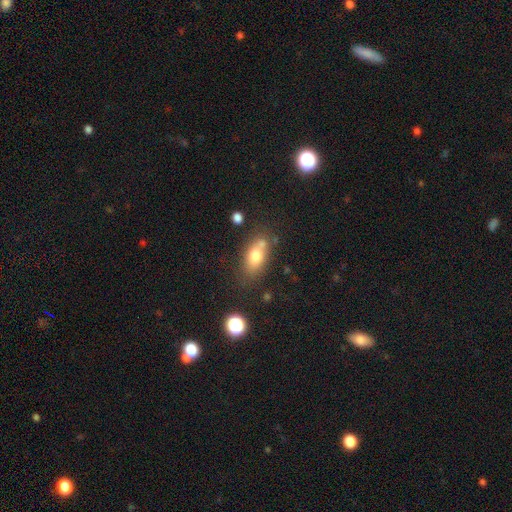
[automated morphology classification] Smooth or featured? Predicted: smooth (p=0.73). How rounded? Predicted: in between (p=0.80). Merging? Predicted: none (p=0.59).